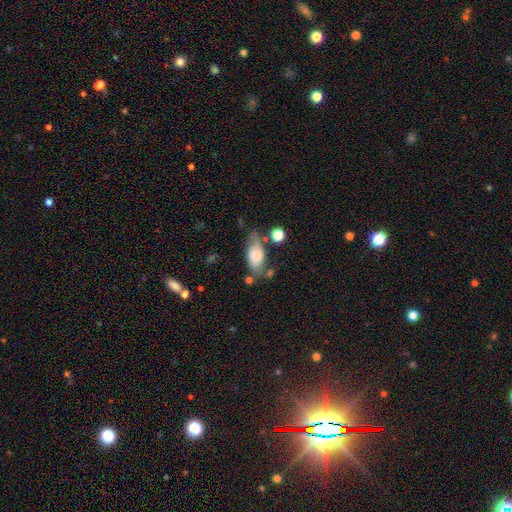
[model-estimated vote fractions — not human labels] smooth-or-featured: smooth: 71% | featured or disk: 21% | star or artifact: 8%
  how-rounded: in between: 86% | cigar-shaped: 9% | round: 5%
  merging: none: 49% | minor disturbance: 28% | major disturbance: 13% | merger: 10%